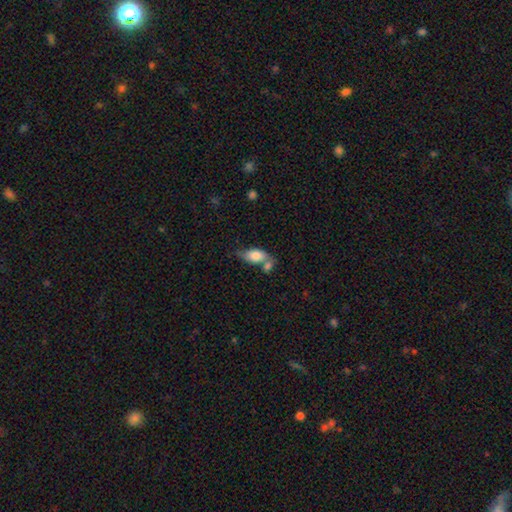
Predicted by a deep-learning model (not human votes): Smooth or featured?
  - smooth: 74% *
  - featured or disk: 19%
  - star or artifact: 7%
How rounded?
  - in between: 86% *
  - cigar-shaped: 8%
  - round: 6%
Merging?
  - merger: 38% *
  - none: 35%
  - minor disturbance: 19%
  - major disturbance: 8%